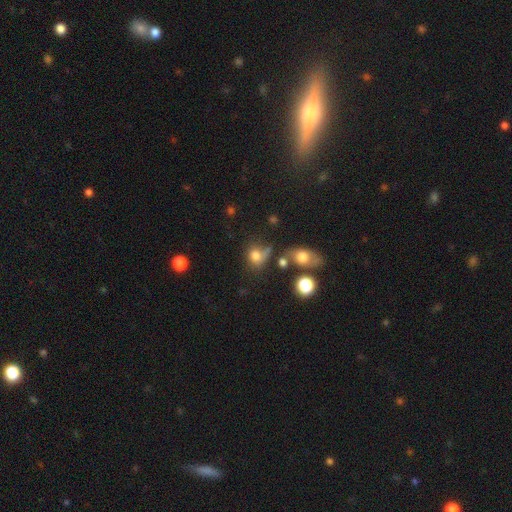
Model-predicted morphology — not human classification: Smooth or featured: smooth — 74% (star or artifact — 14%)
How rounded: round — 56% (in between — 42%)
Merging: none — 42% (minor disturbance — 23%)